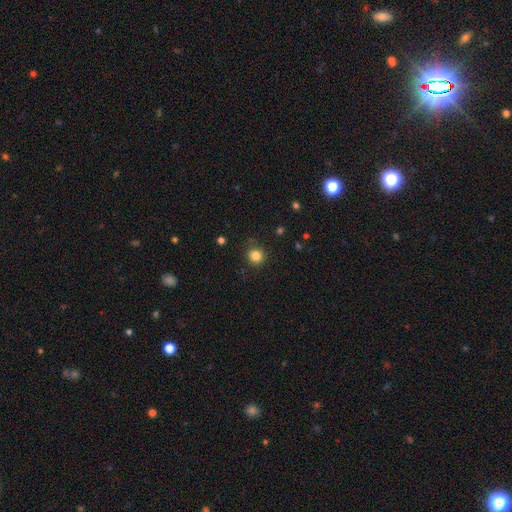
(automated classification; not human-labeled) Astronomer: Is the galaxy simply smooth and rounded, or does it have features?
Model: smooth — 83%.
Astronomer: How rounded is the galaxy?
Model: round — 92%.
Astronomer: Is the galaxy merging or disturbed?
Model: none — 88%.